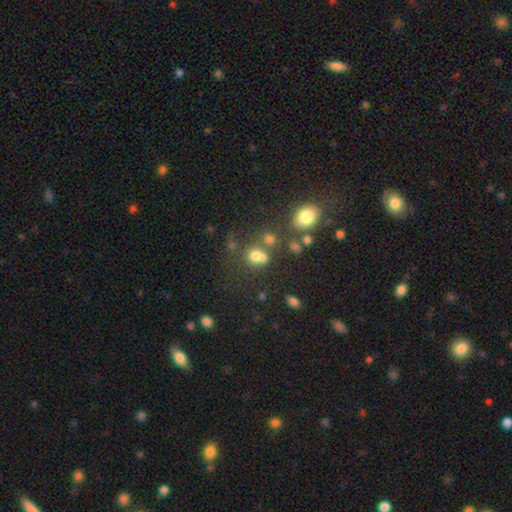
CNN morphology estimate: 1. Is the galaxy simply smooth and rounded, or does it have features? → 67% smooth, 20% star or artifact, 14% featured or disk.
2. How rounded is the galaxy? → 75% round, 24% in between, 1% cigar-shaped.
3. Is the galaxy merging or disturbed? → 44% none, 40% merger, 10% minor disturbance, 6% major disturbance.